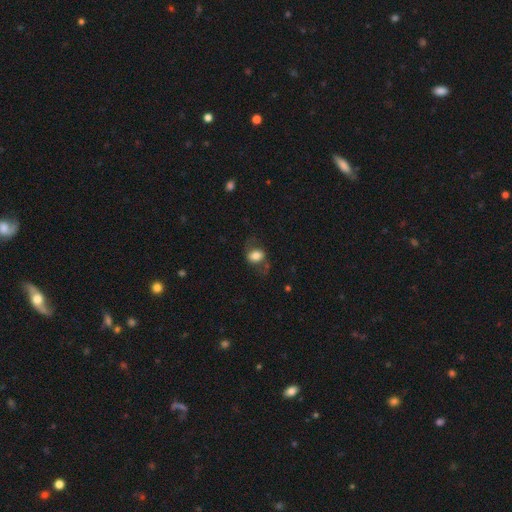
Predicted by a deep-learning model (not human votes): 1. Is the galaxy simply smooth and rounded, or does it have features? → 70% smooth, 22% featured or disk, 8% star or artifact.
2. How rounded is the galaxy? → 67% in between, 32% round, 2% cigar-shaped.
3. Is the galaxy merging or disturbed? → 56% none, 23% minor disturbance, 17% major disturbance, 3% merger.